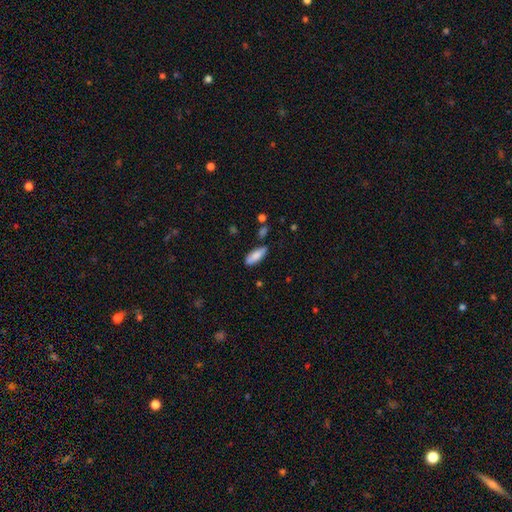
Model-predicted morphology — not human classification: Smooth or featured? smooth (84%)
How rounded? in between (69%)
Merging? none (76%)